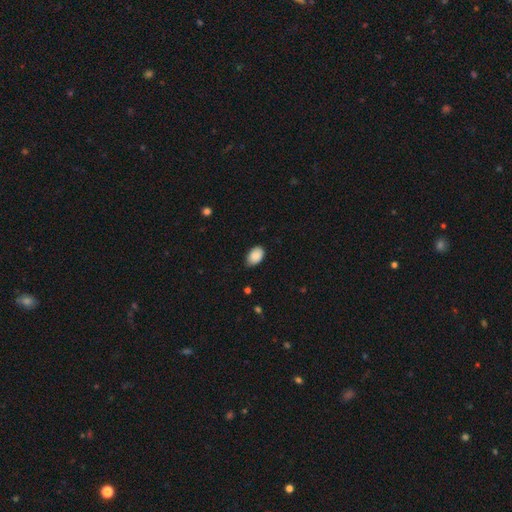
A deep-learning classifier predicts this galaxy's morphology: This appears to be a smooth galaxy with no disk features (89%) that is in between round and cigar-shaped (89%). Merging: none (78%).